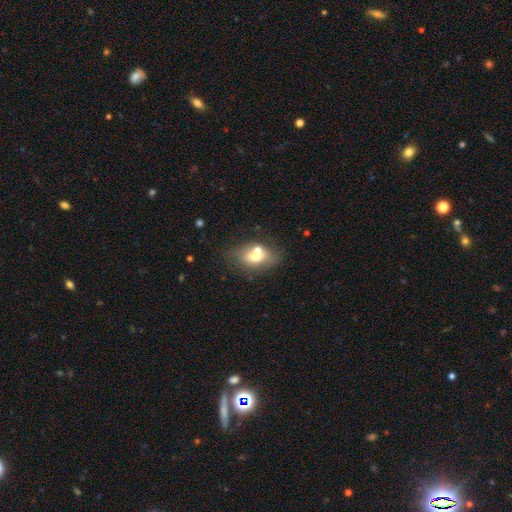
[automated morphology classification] A smooth galaxy with no disk features (62%) that is in between round and cigar-shaped (72%). Merging: none (47%).